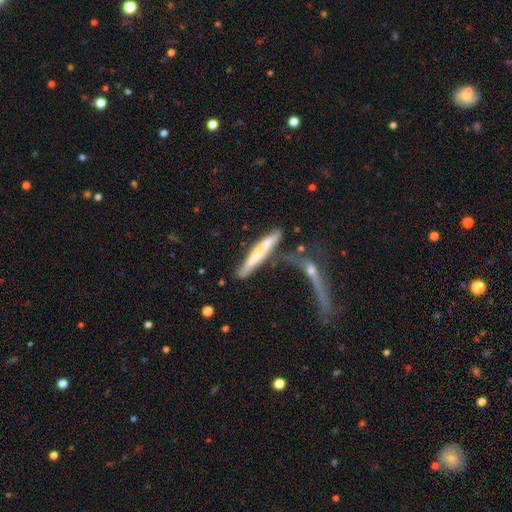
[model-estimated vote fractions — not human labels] This is possibly a smooth galaxy (55%). How rounded: clearly cigar-shaped (92%). Merging: possibly none (52%).